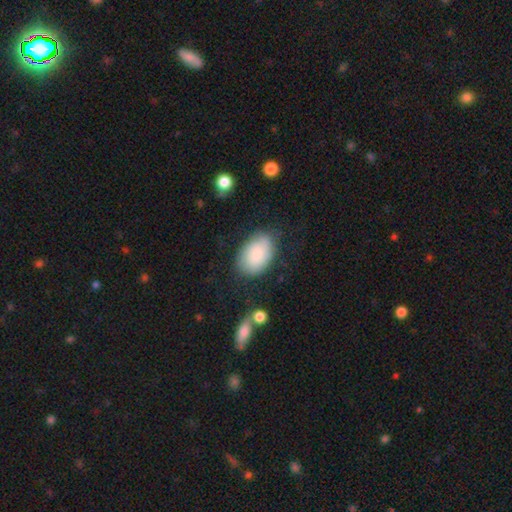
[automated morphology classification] Smooth or featured: smooth — 79% (featured or disk — 14%)
How rounded: in between — 89% (round — 10%)
Merging: none — 70% (minor disturbance — 21%)